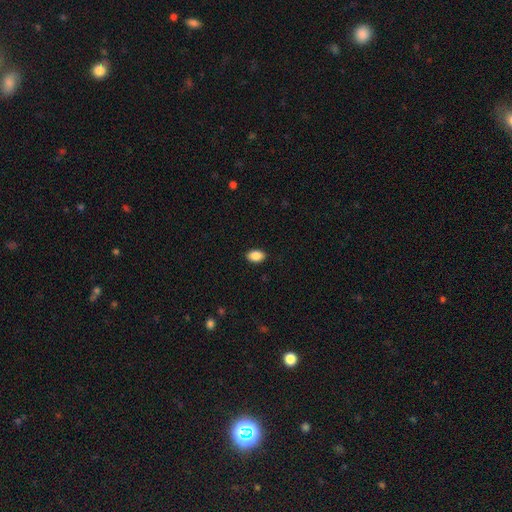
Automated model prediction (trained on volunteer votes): Smooth or featured?
  - smooth: 88% *
  - star or artifact: 8%
  - featured or disk: 4%
How rounded?
  - in between: 87% *
  - round: 12%
  - cigar-shaped: 1%
Merging?
  - none: 89% *
  - minor disturbance: 8%
  - major disturbance: 2%
  - merger: 1%